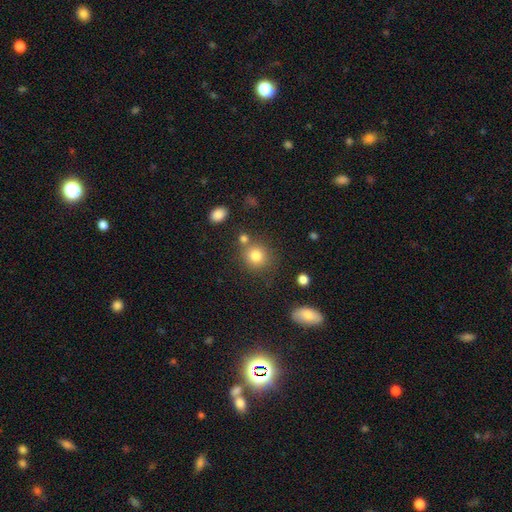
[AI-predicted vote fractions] Q: Smooth or featured?
A: smooth (81%); runner-up: star or artifact (12%)
Q: How rounded?
A: round (86%); runner-up: in between (13%)
Q: Merging?
A: none (70%); runner-up: merger (14%)